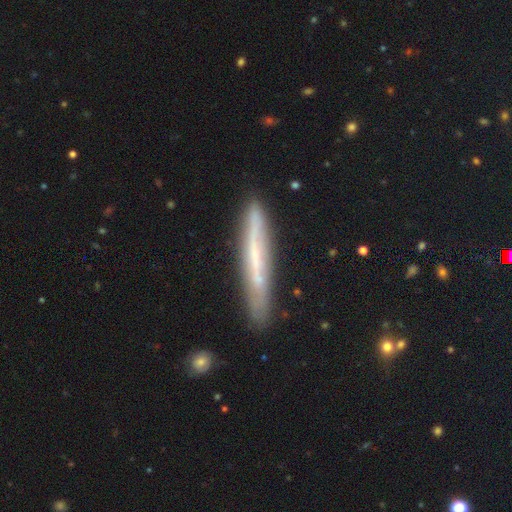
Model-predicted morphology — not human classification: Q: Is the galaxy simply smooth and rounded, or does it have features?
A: featured or disk — 54%.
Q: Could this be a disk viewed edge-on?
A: yes — 85%.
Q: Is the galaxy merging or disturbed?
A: none — 81%.